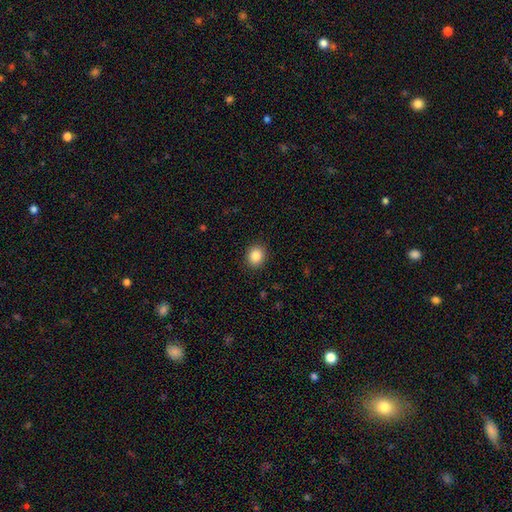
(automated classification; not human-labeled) smooth-or-featured: smooth: 86% | star or artifact: 10% | featured or disk: 4%
  how-rounded: round: 72% | in between: 27% | cigar-shaped: 1%
  merging: none: 91% | minor disturbance: 6% | major disturbance: 2% | merger: 1%